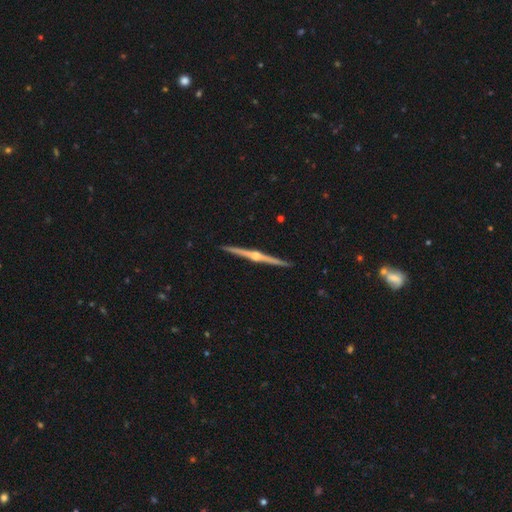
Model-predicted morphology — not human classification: The model was most divided on "smooth or featured": featured or disk: 89%, smooth: 7%, star or artifact: 4%. More confident: edge-on disk — yes (99%); merging — none (93%); edge-on bulge — rounded (93%).